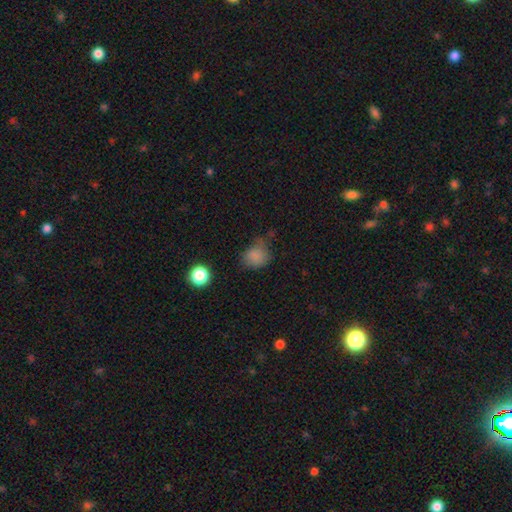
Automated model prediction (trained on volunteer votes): smooth-or-featured: smooth: 79% | star or artifact: 14% | featured or disk: 7%
  how-rounded: round: 64% | in between: 35% | cigar-shaped: 1%
  merging: none: 49% | minor disturbance: 32% | major disturbance: 15% | merger: 4%